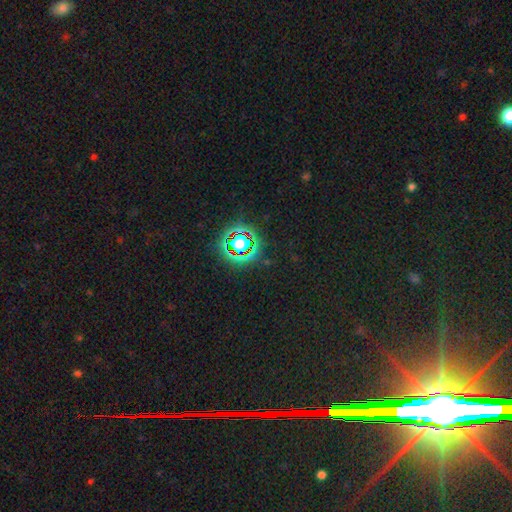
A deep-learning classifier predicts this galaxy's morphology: smooth-or-featured: star or artifact: 82% | smooth: 10% | featured or disk: 8%